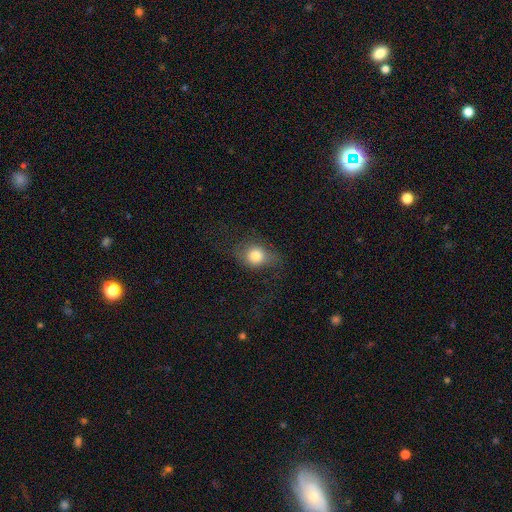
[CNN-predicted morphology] A smooth galaxy with no disk features (78%) that is round (60%).

Vote fractions:
- Smooth or featured? smooth: 78% / featured or disk: 12% / star or artifact: 10%
- How rounded? round: 60% / in between: 39% / cigar-shaped: 2%
- Merging? none: 54% / minor disturbance: 23% / major disturbance: 22% / merger: 2%